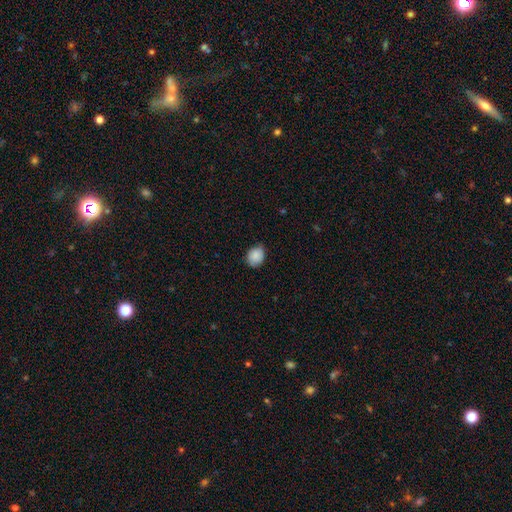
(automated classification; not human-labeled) Smooth or featured: smooth — 87% (star or artifact — 7%)
How rounded: round — 50% (in between — 49%)
Merging: none — 74% (minor disturbance — 22%)